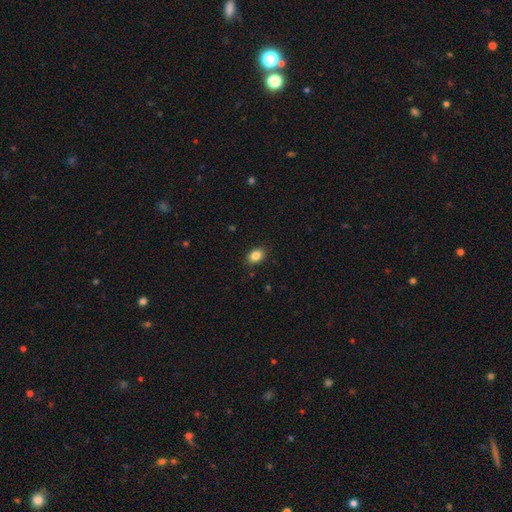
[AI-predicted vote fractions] Morphology: type=smooth (85%); roundness=in between (77%); merging=none (88%).